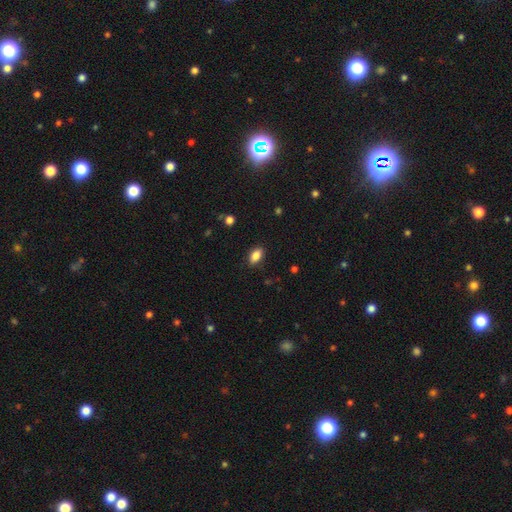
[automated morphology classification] type=smooth (86%); roundness=in between (90%); merging=none (87%).